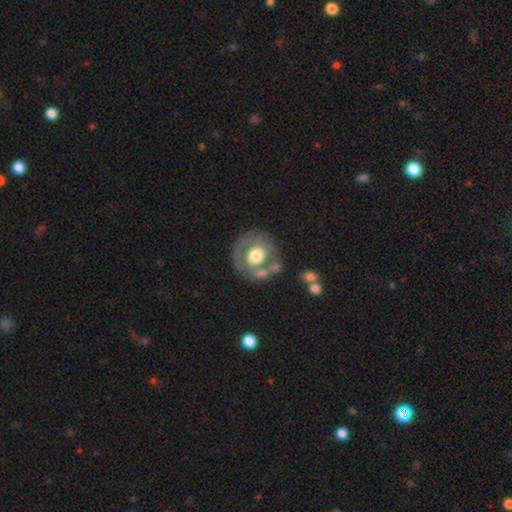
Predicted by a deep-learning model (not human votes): Morphology: type=featured or disk (49%); merging=none (63%).